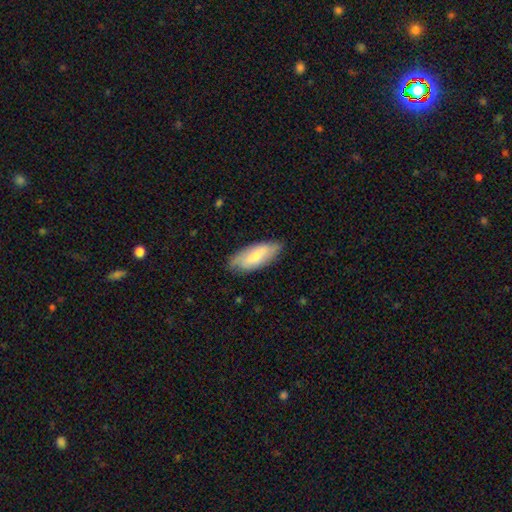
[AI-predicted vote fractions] smooth-or-featured: smooth: 56% | featured or disk: 38% | star or artifact: 6%
  how-rounded: in between: 80% | cigar-shaped: 18% | round: 2%
  merging: none: 78% | minor disturbance: 17% | major disturbance: 3% | merger: 1%